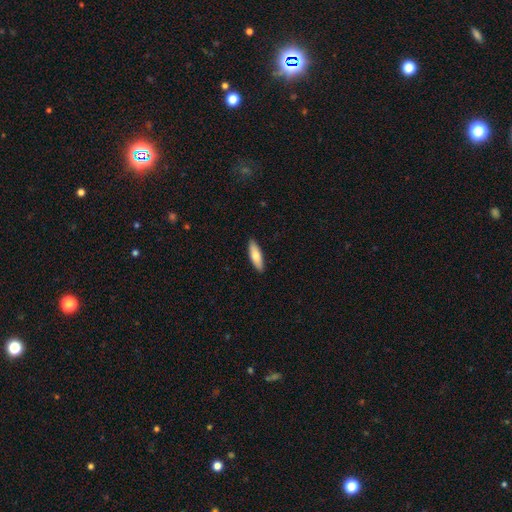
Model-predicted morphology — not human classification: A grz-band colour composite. It shows a smooth galaxy with no disk features (74%) that is cigar-shaped (52%). Merging: none (90%).